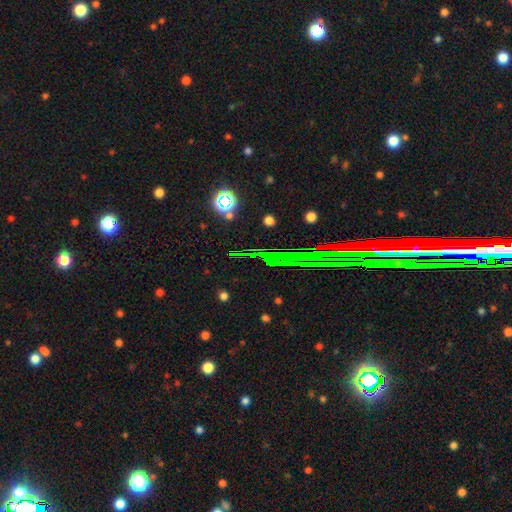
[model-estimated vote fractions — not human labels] This appears to be a star or artifact, not a galaxy (71%).